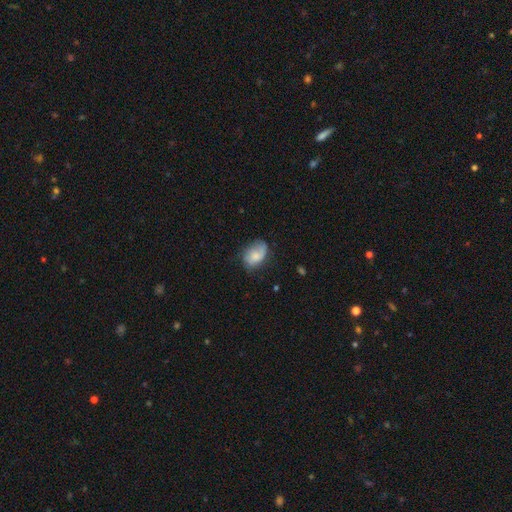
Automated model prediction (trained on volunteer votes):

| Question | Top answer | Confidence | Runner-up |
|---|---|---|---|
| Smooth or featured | smooth | 58% | featured or disk (33%) |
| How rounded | in between | 79% | round (20%) |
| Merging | none | 55% | minor disturbance (31%) |